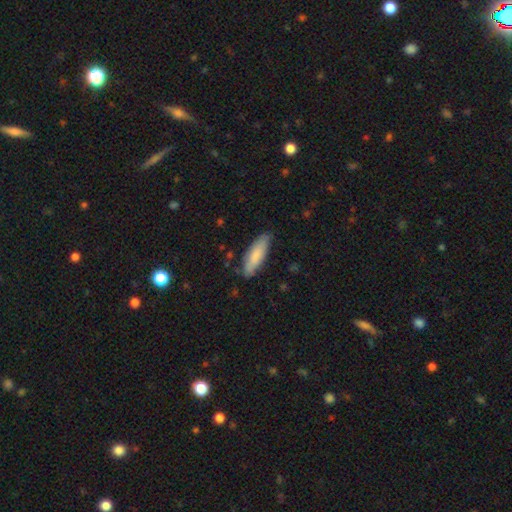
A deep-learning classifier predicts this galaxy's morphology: smooth 79%, featured or disk 16%, star or artifact 5%. Down the decision tree: how rounded — in between (54%); merging — none (79%).